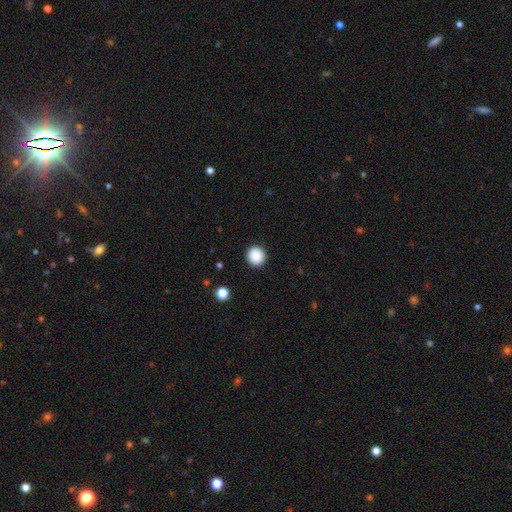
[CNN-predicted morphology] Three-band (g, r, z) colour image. It shows a smooth galaxy with no disk features (89%) that is round (93%). Merging: none (92%).